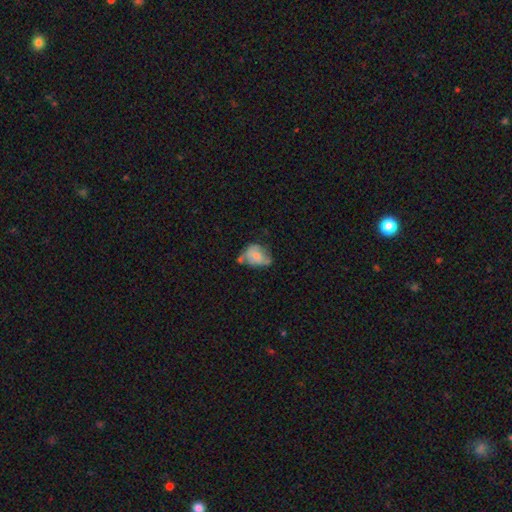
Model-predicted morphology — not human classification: smooth 57%, featured or disk 35%, star or artifact 8%. Down the decision tree: how rounded — in between (61%); merging — minor disturbance (33%).